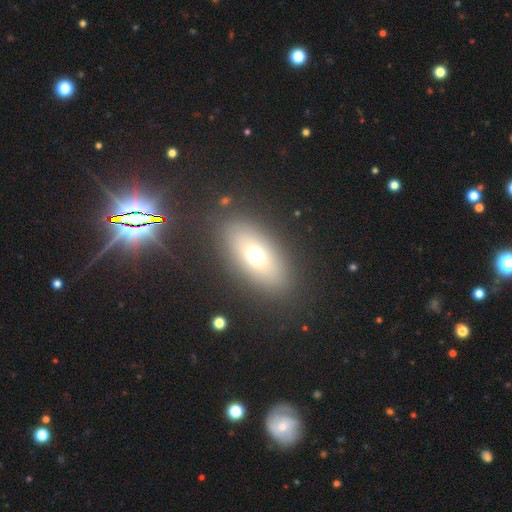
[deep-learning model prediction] A smooth galaxy with no disk features (64%) that is in between round and cigar-shaped (81%).

Vote fractions:
- Smooth or featured? smooth: 64% / featured or disk: 24% / star or artifact: 13%
- How rounded? in between: 81% / round: 10% / cigar-shaped: 9%
- Merging? none: 84% / minor disturbance: 9% / major disturbance: 5% / merger: 2%